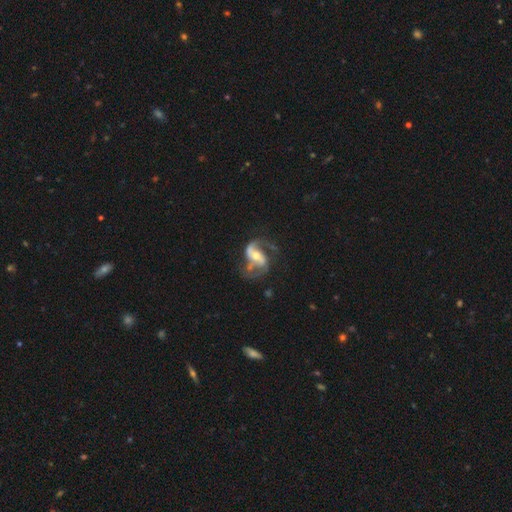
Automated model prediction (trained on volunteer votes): featured or disk 87%, smooth 8%, star or artifact 5%. Down the decision tree: edge-on disk — no (97%); bar — strong (38%); spiral arms — yes (95%); spiral arm count — 2 (86%); spiral winding — medium (47%); bulge size — moderate (61%); merging — none (59%).